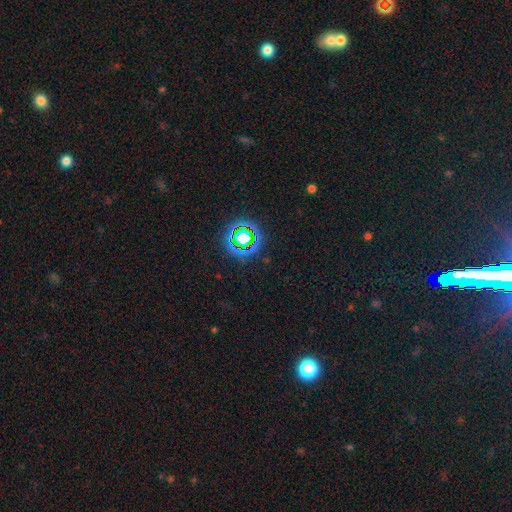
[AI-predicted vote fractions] star or artifact 73%, smooth 18%, featured or disk 9%.